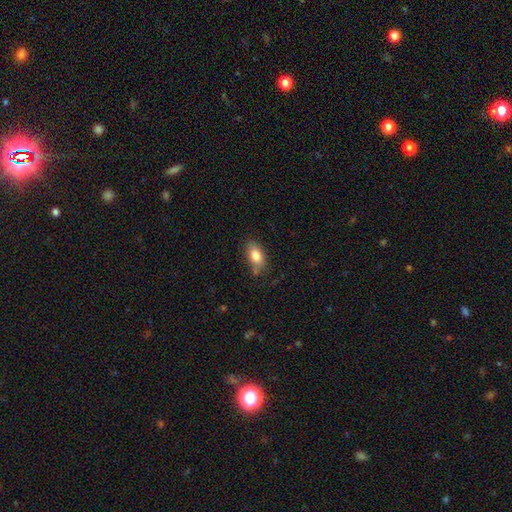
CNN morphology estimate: Smooth or featured?
  - smooth: 83% *
  - featured or disk: 10%
  - star or artifact: 8%
How rounded?
  - in between: 89% *
  - round: 6%
  - cigar-shaped: 5%
Merging?
  - none: 69% *
  - minor disturbance: 22%
  - major disturbance: 5%
  - merger: 4%